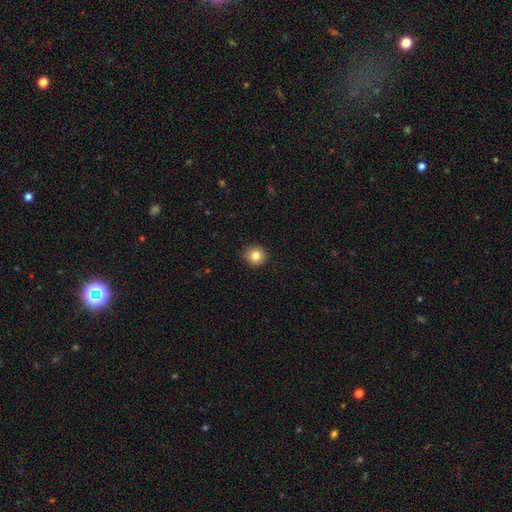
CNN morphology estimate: Smooth or featured: smooth — 83% (star or artifact — 10%)
How rounded: round — 92% (in between — 7%)
Merging: none — 92% (minor disturbance — 5%)